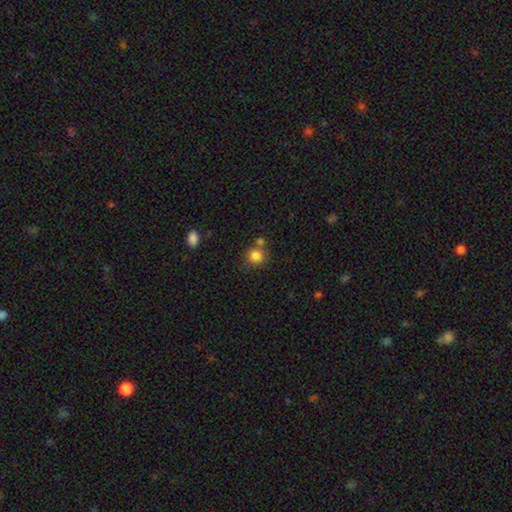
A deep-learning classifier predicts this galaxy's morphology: smooth 84%, star or artifact 11%, featured or disk 6%. Down the decision tree: how rounded — round (87%); merging — none (64%).